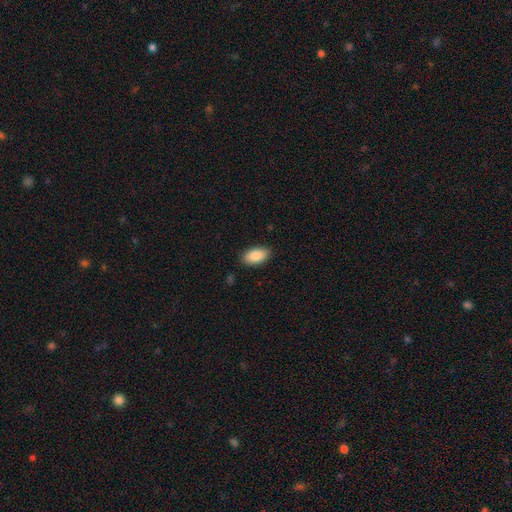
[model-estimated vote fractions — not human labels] Morphology: type=smooth (88%); roundness=in between (94%); merging=none (88%).